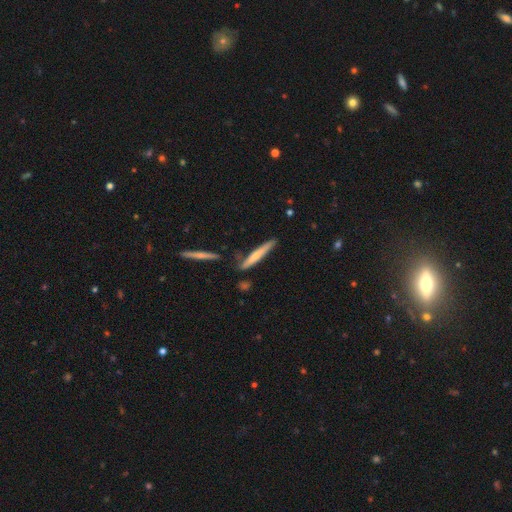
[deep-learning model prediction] The model was most divided on "smooth or featured": smooth: 58%, featured or disk: 36%, star or artifact: 6%. More confident: how rounded — cigar-shaped (94%); merging — none (76%).